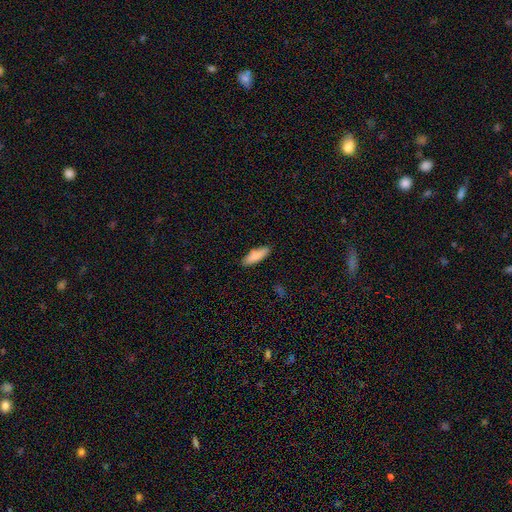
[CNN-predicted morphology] Smooth or featured? smooth (83%)
How rounded? in between (59%)
Merging? none (87%)